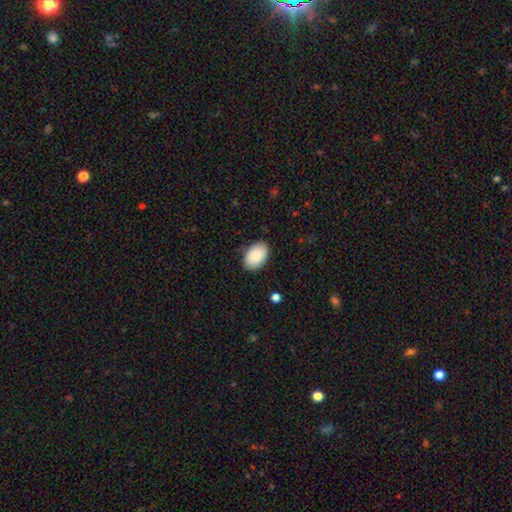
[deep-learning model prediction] This is clearly a smooth galaxy (87%). How rounded: clearly in between (89%). Merging: clearly none (84%).